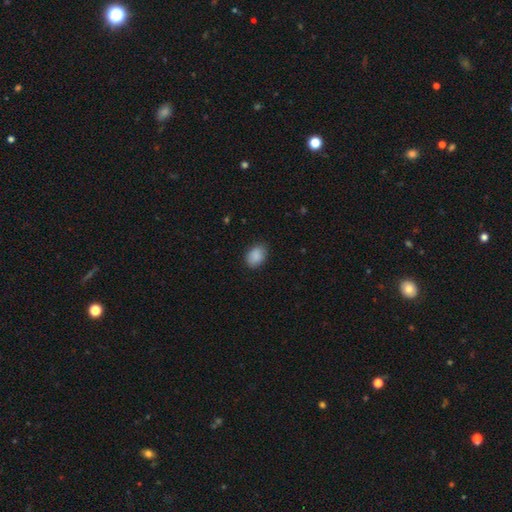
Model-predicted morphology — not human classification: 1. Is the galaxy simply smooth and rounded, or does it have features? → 89% smooth, 7% star or artifact, 4% featured or disk.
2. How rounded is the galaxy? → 77% in between, 22% round, 1% cigar-shaped.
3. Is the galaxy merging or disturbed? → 82% none, 14% minor disturbance, 3% major disturbance, 1% merger.